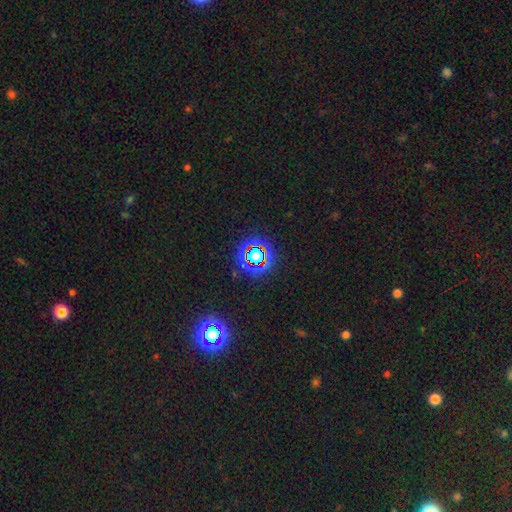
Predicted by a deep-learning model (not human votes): A star or artifact, not a galaxy (67%).

Vote fractions:
- Smooth or featured? star or artifact: 67% / smooth: 21% / featured or disk: 11%